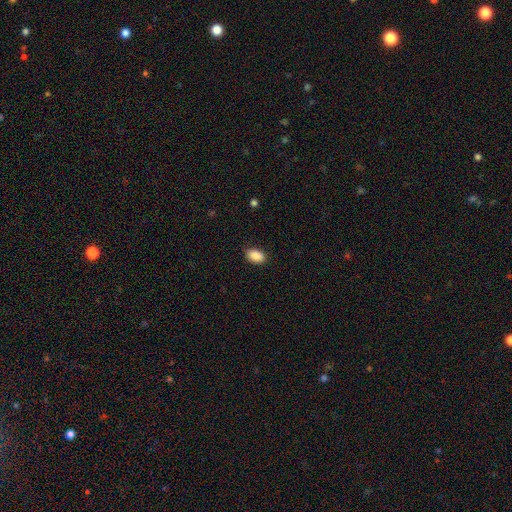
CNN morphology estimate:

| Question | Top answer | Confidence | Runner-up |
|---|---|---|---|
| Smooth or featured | smooth | 90% | star or artifact (7%) |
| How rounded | in between | 89% | round (9%) |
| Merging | none | 86% | minor disturbance (11%) |